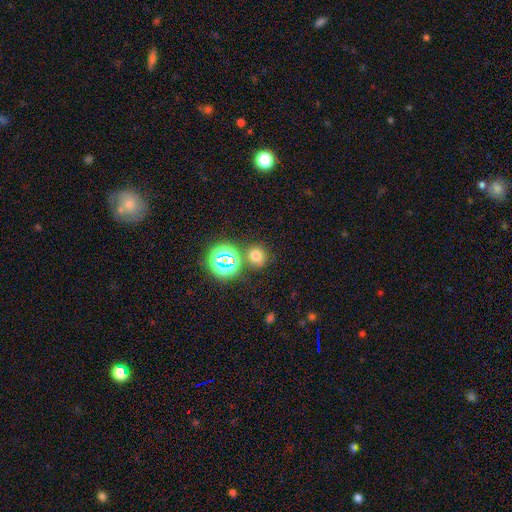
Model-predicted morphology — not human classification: smooth 65%, star or artifact 28%, featured or disk 7%. Down the decision tree: how rounded — round (82%); merging — none (75%).